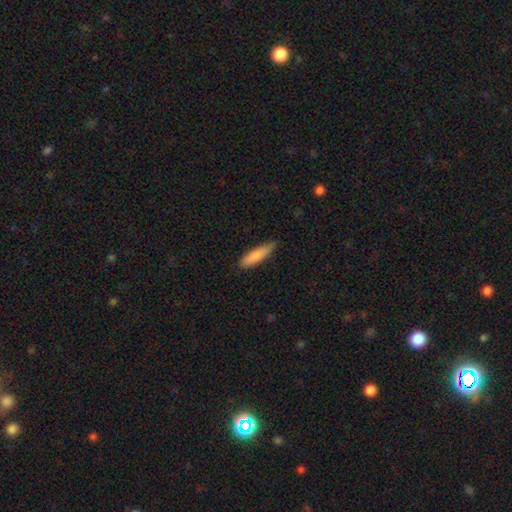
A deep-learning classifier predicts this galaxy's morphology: This appears to be a smooth galaxy with no disk features (84%) that is cigar-shaped (71%). Merging: none (77%).